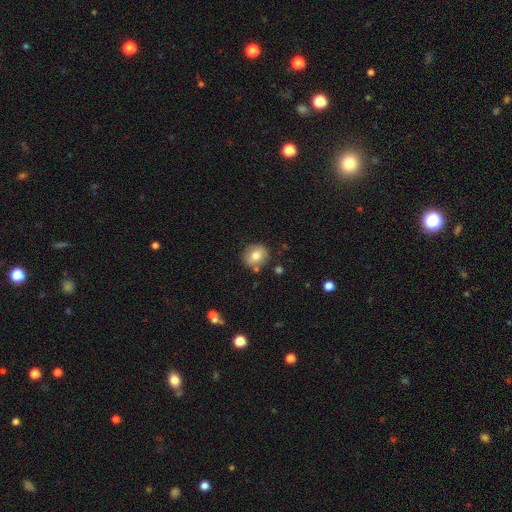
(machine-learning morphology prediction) type=smooth (76%); roundness=round (79%); merging=none (81%).